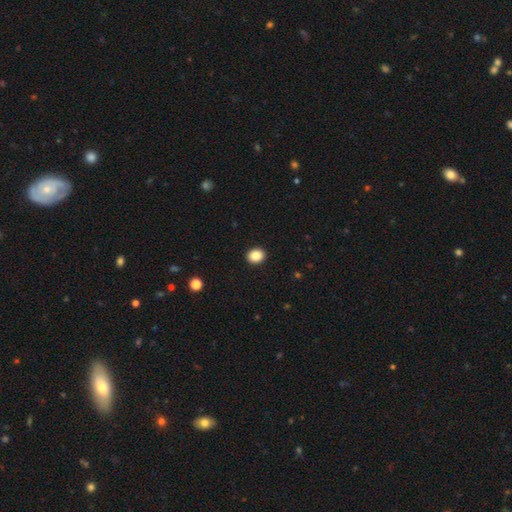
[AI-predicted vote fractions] Smooth or featured?
  - smooth: 88% *
  - star or artifact: 9%
  - featured or disk: 4%
How rounded?
  - round: 55% *
  - in between: 44%
  - cigar-shaped: 1%
Merging?
  - none: 92% *
  - minor disturbance: 5%
  - major disturbance: 2%
  - merger: 1%